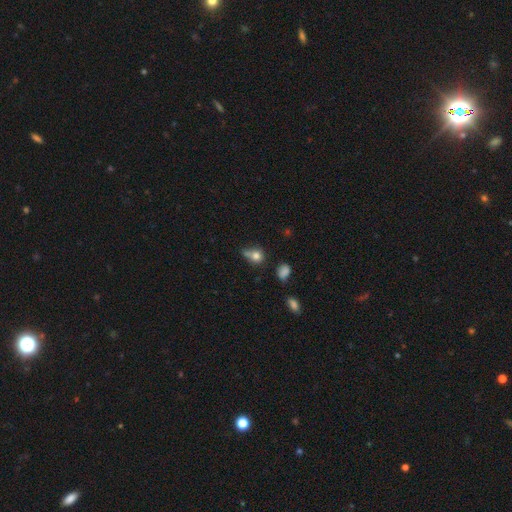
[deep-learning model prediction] smooth 77%, star or artifact 12%, featured or disk 12%. Down the decision tree: how rounded — round (69%); merging — none (42%).